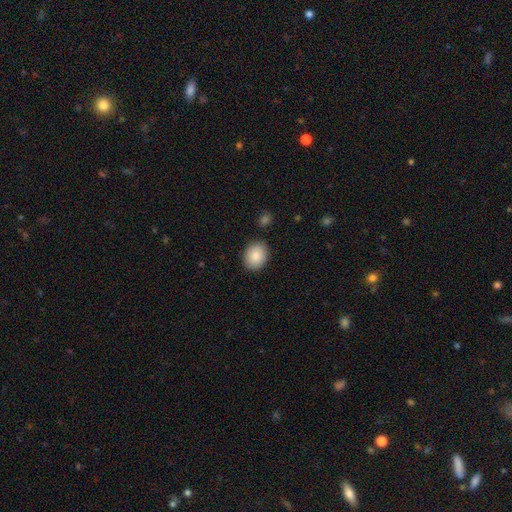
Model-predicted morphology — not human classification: type=smooth (87%); roundness=in between (52%); merging=none (87%).